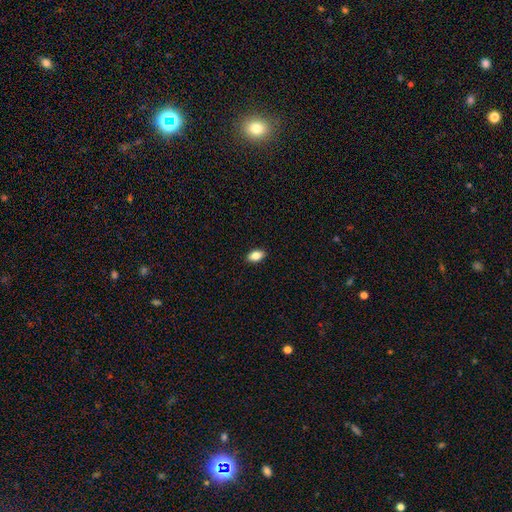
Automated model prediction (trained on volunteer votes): The model was most divided on "smooth or featured": smooth: 84%, star or artifact: 8%, featured or disk: 8%. More confident: merging — none (90%); how rounded — in between (89%).